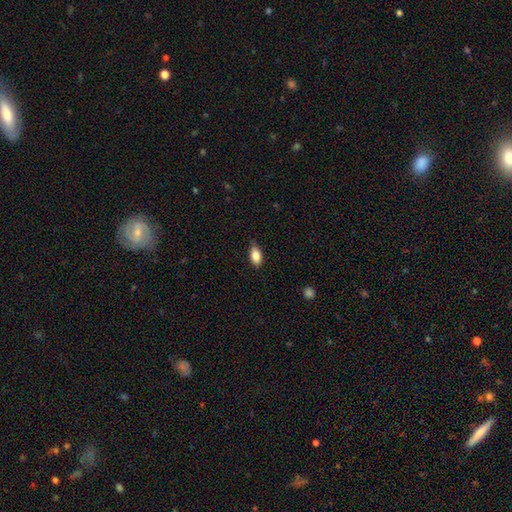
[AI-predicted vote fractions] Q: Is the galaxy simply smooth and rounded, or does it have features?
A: smooth — 85%.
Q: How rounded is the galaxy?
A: in between — 90%.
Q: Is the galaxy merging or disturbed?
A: none — 78%.